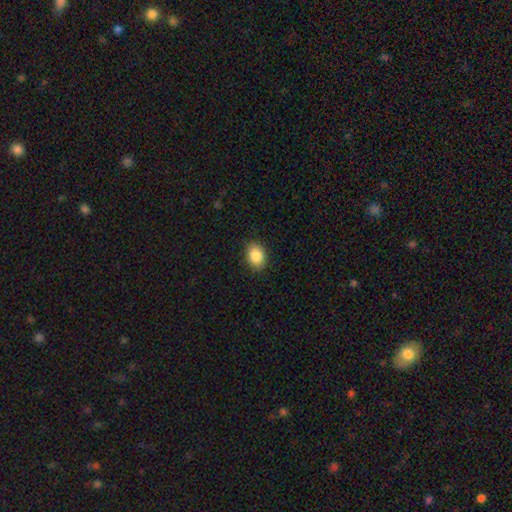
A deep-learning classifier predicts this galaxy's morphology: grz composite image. It shows a smooth galaxy with no disk features (87%) that is in between round and cigar-shaped (69%). Merging: none (86%).